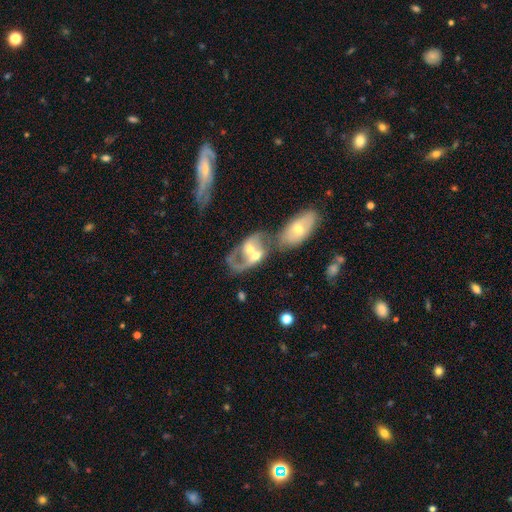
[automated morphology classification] Q: Smooth or featured?
A: featured or disk (66%); runner-up: smooth (26%)
Q: Edge-on disk?
A: no (95%); runner-up: yes (5%)
Q: Bar?
A: no (67%); runner-up: weak (26%)
Q: Spiral arms?
A: yes (66%); runner-up: no (34%)
Q: Bulge size?
A: moderate (65%); runner-up: small (20%)
Q: Merging?
A: merger (67%); runner-up: none (13%)